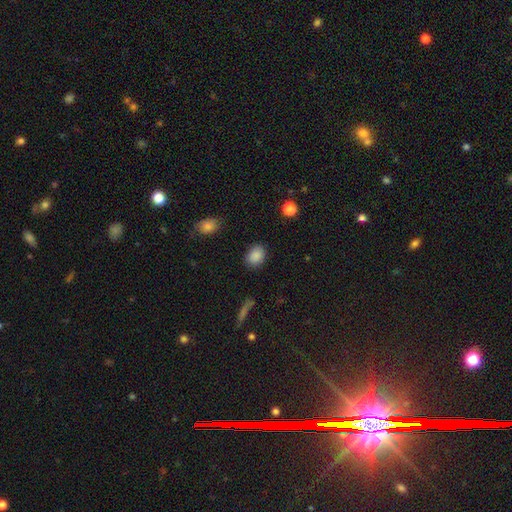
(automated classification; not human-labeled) smooth_or_featured: smooth (p=0.88) [alt: star or artifact p=0.08]
how_rounded: in between (p=0.66) [alt: round p=0.32]
merging: none (p=0.85) [alt: minor disturbance p=0.10]